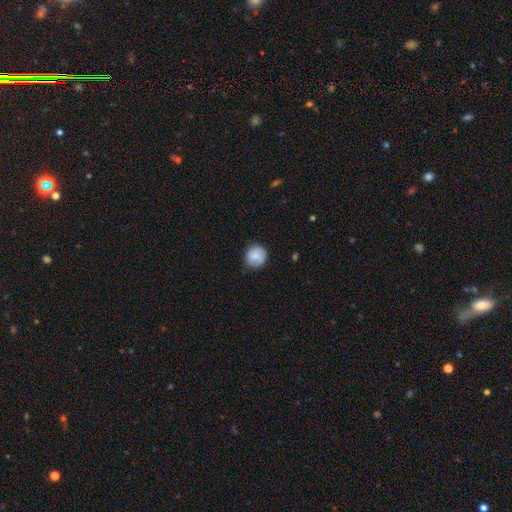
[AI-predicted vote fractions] This appears to be a smooth galaxy with no disk features (79%) that is round (90%). Merging: none (77%).